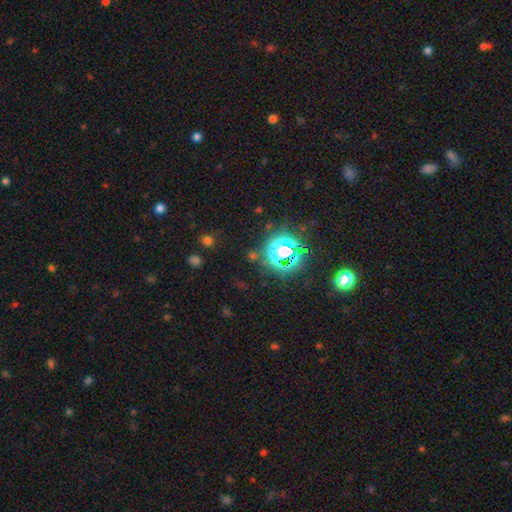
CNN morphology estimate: smooth_or_featured: star or artifact (p=0.72) [alt: smooth p=0.20]